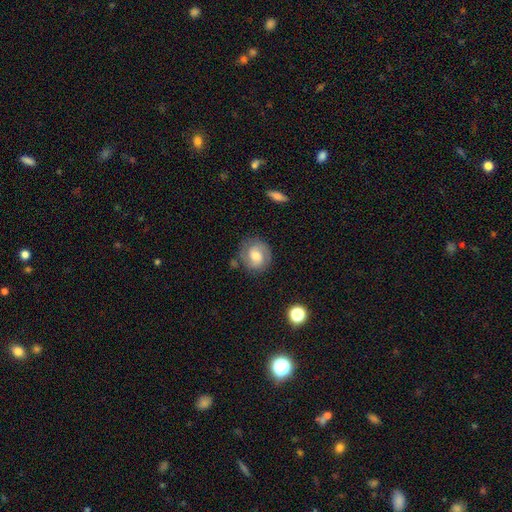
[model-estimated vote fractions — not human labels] A featured or disk galaxy (57%) with no bar (46%), spiral arms (87%) and a moderate central bulge (59%). Merging: none (77%).